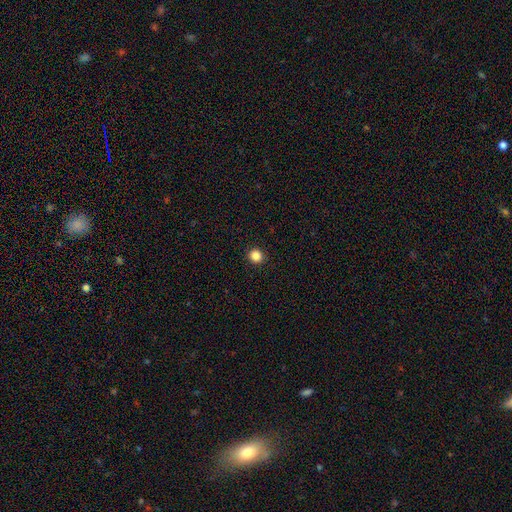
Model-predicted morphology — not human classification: smooth_or_featured: smooth (p=0.86) [alt: star or artifact p=0.11]
how_rounded: round (p=0.91) [alt: in between p=0.08]
merging: none (p=0.92) [alt: minor disturbance p=0.05]